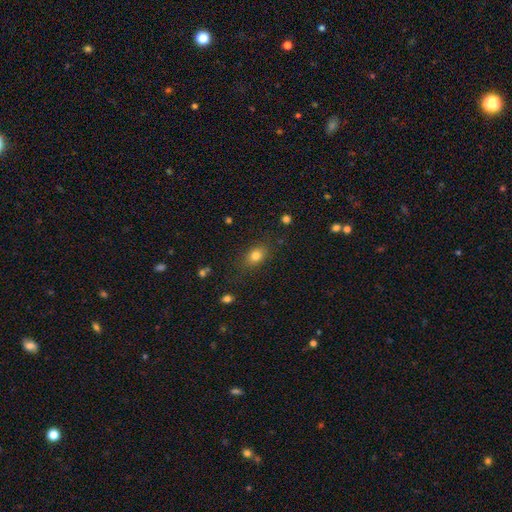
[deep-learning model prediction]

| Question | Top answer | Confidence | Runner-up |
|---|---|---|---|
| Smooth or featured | smooth | 80% | star or artifact (12%) |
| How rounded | in between | 68% | round (30%) |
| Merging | none | 80% | minor disturbance (14%) |